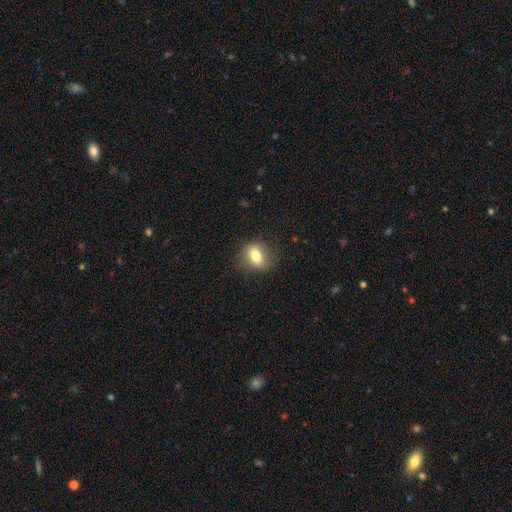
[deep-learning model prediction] Smooth or featured? Predicted: smooth (p=0.76). How rounded? Predicted: in between (p=0.63). Merging? Predicted: none (p=0.78).